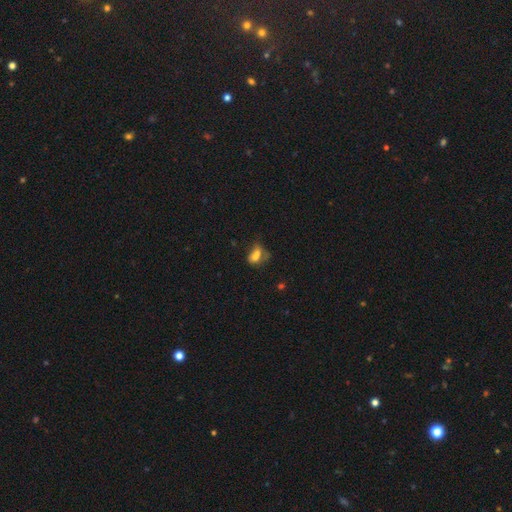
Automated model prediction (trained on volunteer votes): Smooth or featured: smooth — 61% (featured or disk — 24%)
How rounded: in between — 74% (round — 22%)
Merging: merger — 35% (none — 27%)